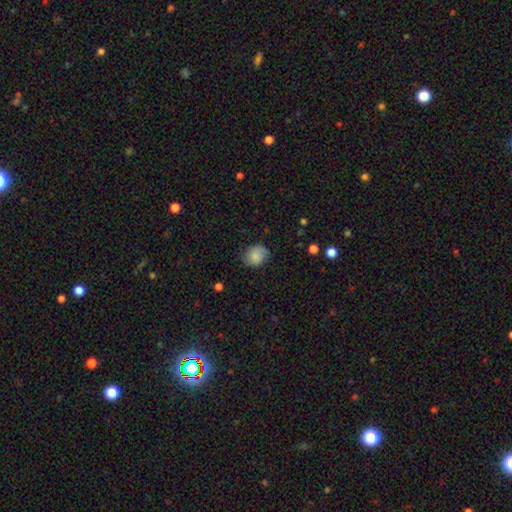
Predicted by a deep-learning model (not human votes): Q: Smooth or featured?
A: smooth (75%); runner-up: featured or disk (17%)
Q: How rounded?
A: round (59%); runner-up: in between (40%)
Q: Merging?
A: none (73%); runner-up: minor disturbance (21%)